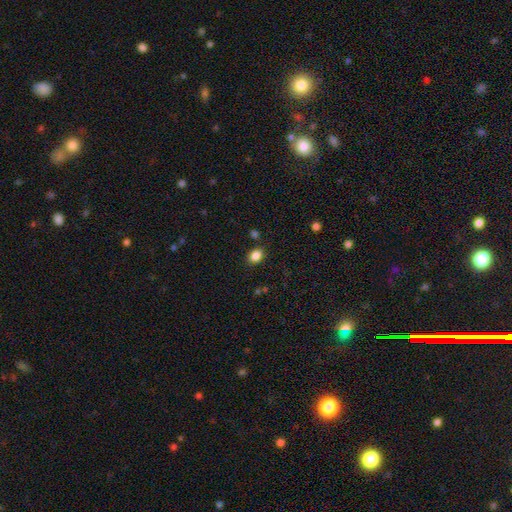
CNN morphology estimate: Smooth or featured? Predicted: smooth (p=0.86). How rounded? Predicted: in between (p=0.67). Merging? Predicted: none (p=0.85).